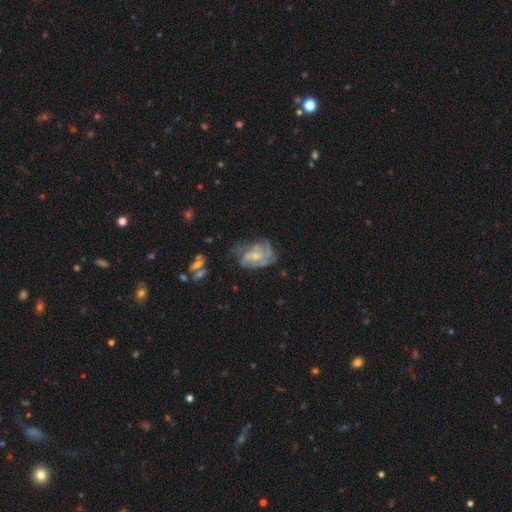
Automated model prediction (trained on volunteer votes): Q: Smooth or featured?
A: featured or disk (67%); runner-up: smooth (24%)
Q: Edge-on disk?
A: no (97%); runner-up: yes (3%)
Q: Bar?
A: no (70%); runner-up: weak (26%)
Q: Spiral arms?
A: yes (69%); runner-up: no (31%)
Q: Bulge size?
A: small (53%); runner-up: moderate (36%)
Q: Merging?
A: none (42%); runner-up: minor disturbance (27%)